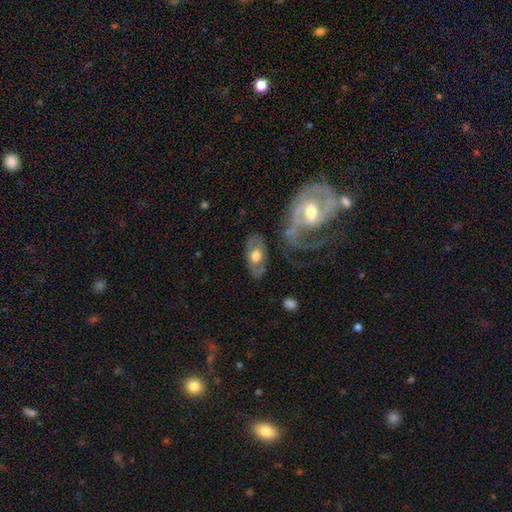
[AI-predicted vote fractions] featured or disk 50%, smooth 44%, star or artifact 5%. Down the decision tree: edge-on disk — no (84%); merging — none (71%).